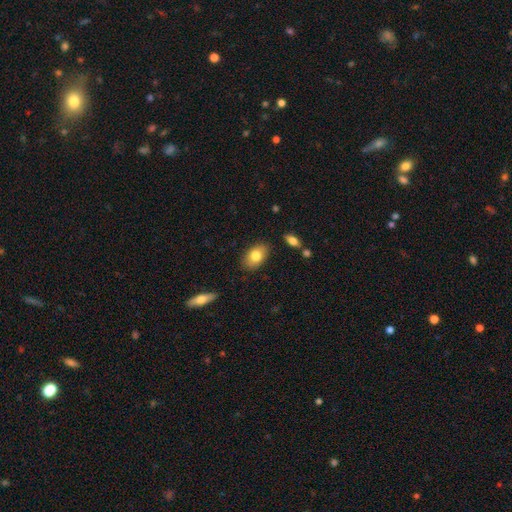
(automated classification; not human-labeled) A smooth galaxy with no disk features (78%) that is in between round and cigar-shaped (88%).

Vote fractions:
- Smooth or featured? smooth: 78% / featured or disk: 15% / star or artifact: 7%
- How rounded? in between: 88% / round: 10% / cigar-shaped: 2%
- Merging? none: 85% / minor disturbance: 11% / major disturbance: 2% / merger: 2%